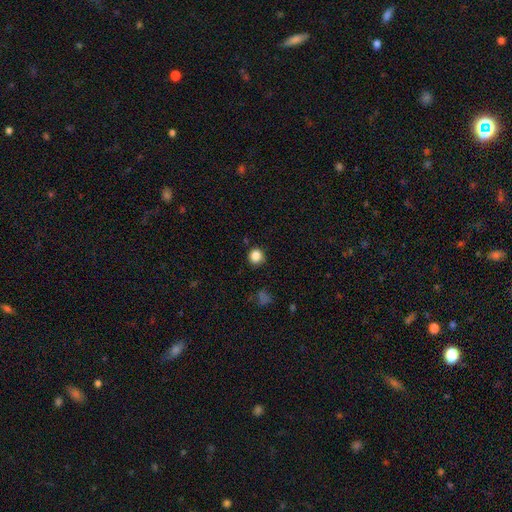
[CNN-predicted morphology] type=smooth (85%); roundness=round (90%); merging=none (86%).